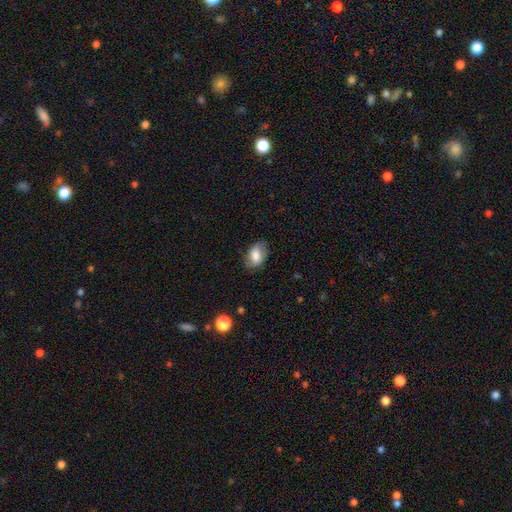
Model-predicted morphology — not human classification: A smooth galaxy with no disk features (74%) that is in between round and cigar-shaped (87%).

Vote fractions:
- Smooth or featured? smooth: 74% / featured or disk: 19% / star or artifact: 8%
- How rounded? in between: 87% / round: 11% / cigar-shaped: 2%
- Merging? none: 73% / minor disturbance: 19% / major disturbance: 6% / merger: 1%